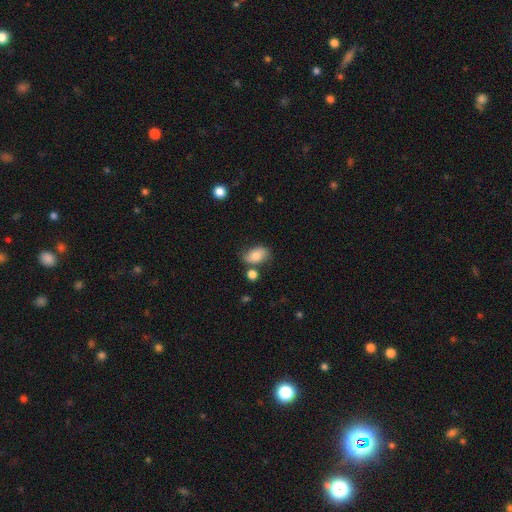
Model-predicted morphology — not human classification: Smooth or featured?
  - smooth: 76% *
  - featured or disk: 15%
  - star or artifact: 9%
How rounded?
  - in between: 89% *
  - round: 9%
  - cigar-shaped: 2%
Merging?
  - none: 62% *
  - minor disturbance: 21%
  - merger: 11%
  - major disturbance: 6%